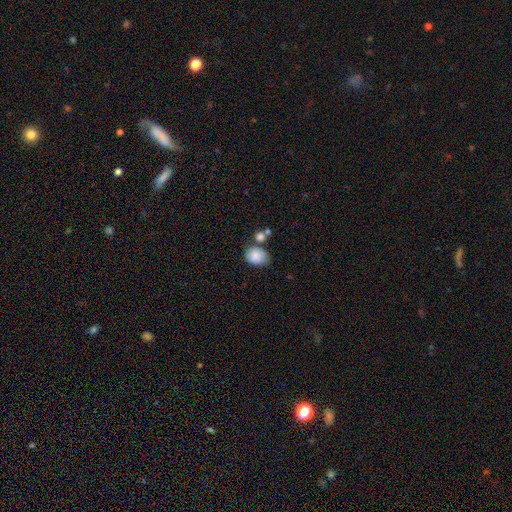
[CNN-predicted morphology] Q: Smooth or featured?
A: smooth (83%); runner-up: featured or disk (9%)
Q: How rounded?
A: in between (60%); runner-up: round (39%)
Q: Merging?
A: none (54%); runner-up: minor disturbance (23%)